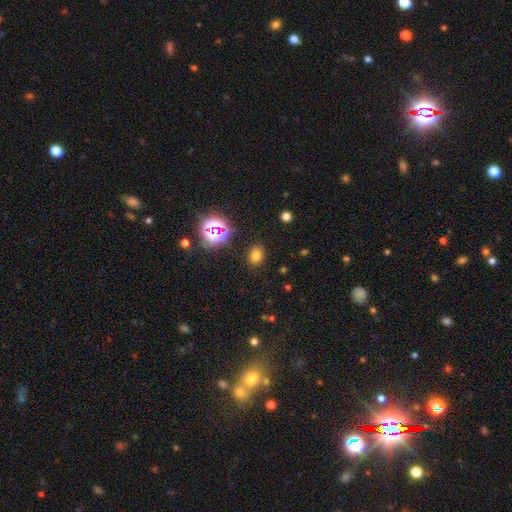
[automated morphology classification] Overall: smooth (71%). How rounded: in between (51%; round 48%). Merging: none (86%).